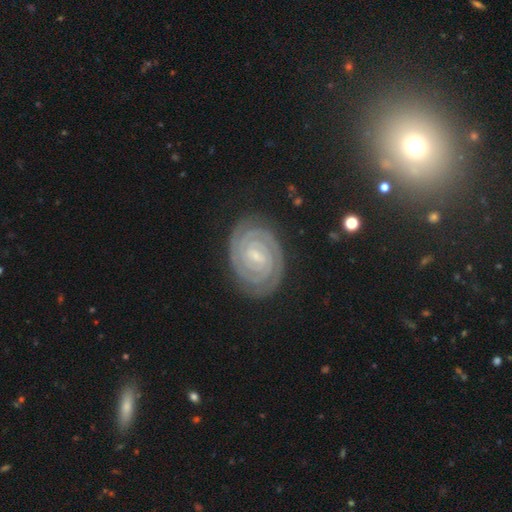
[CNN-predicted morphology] smooth_or_featured: featured or disk (p=0.91) [alt: star or artifact p=0.05]
disk_edge_on: no (p=0.98) [alt: yes p=0.02]
bar: weak (p=0.44) [alt: no p=0.31]
has_spiral_arms: yes (p=0.99) [alt: no p=0.01]
spiral_winding: tight (p=0.90) [alt: medium p=0.09]
spiral_arm_count: 2 (p=0.76) [alt: 3 p=0.08]
bulge_size: small (p=0.73) [alt: moderate p=0.20]
merging: none (p=0.84) [alt: minor disturbance p=0.11]